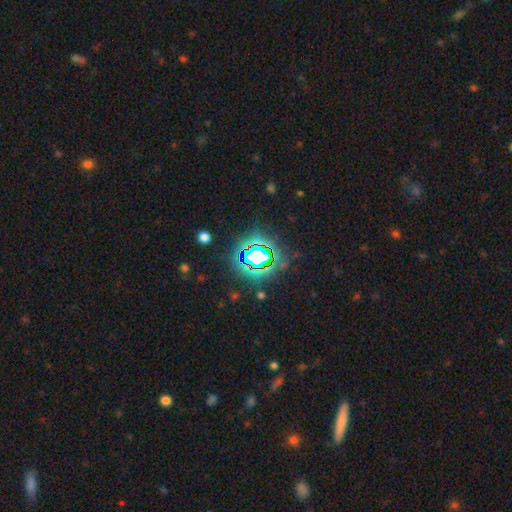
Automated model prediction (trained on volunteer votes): The model was most divided on "smooth or featured": star or artifact: 72%, smooth: 17%, featured or disk: 11%.